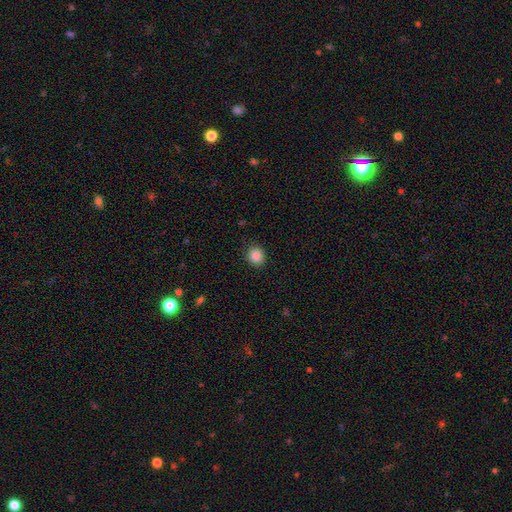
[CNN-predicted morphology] smooth_or_featured: smooth (p=0.88) [alt: star or artifact p=0.09]
how_rounded: round (p=0.78) [alt: in between p=0.21]
merging: none (p=0.89) [alt: minor disturbance p=0.08]